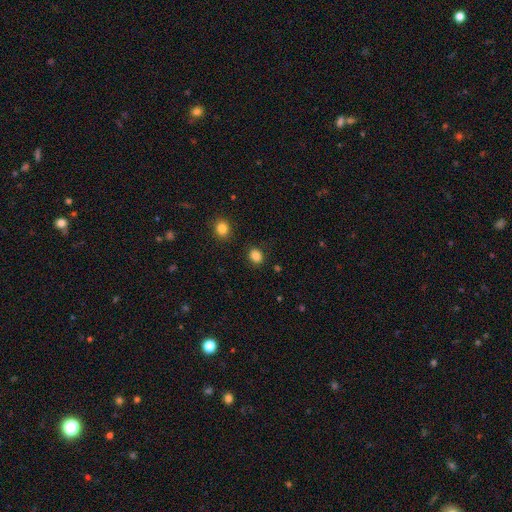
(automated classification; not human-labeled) smooth 85%, star or artifact 11%, featured or disk 4%. Down the decision tree: how rounded — round (53%); merging — none (85%).